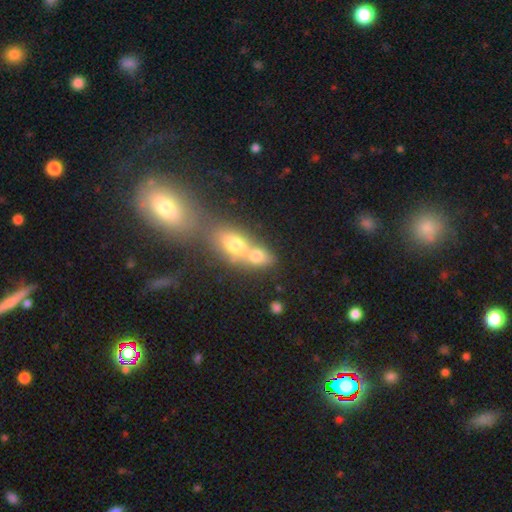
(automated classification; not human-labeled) Morphology: type=smooth (67%); roundness=in between (62%); merging=merger (64%).